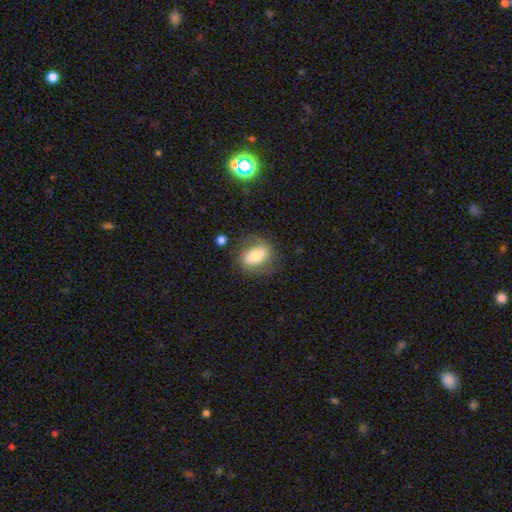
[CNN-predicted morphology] smooth-or-featured: smooth: 66% | featured or disk: 26% | star or artifact: 8%
  how-rounded: in between: 76% | round: 21% | cigar-shaped: 3%
  merging: none: 72% | minor disturbance: 17% | major disturbance: 8% | merger: 3%